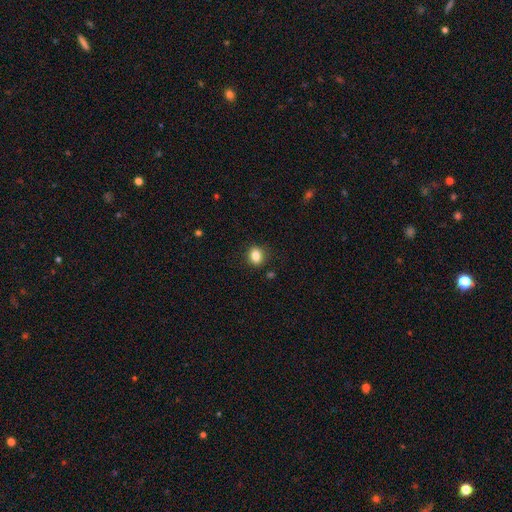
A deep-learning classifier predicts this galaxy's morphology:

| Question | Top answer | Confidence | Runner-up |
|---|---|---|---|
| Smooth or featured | smooth | 83% | star or artifact (10%) |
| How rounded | round | 54% | in between (45%) |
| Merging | none | 87% | minor disturbance (9%) |